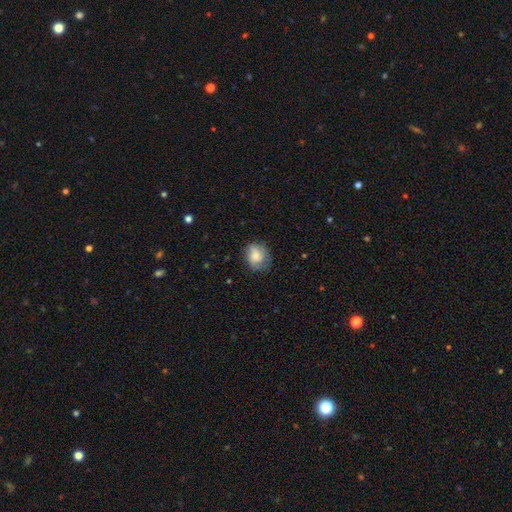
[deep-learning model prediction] Smooth or featured?
  - smooth: 66% *
  - featured or disk: 25%
  - star or artifact: 8%
How rounded?
  - round: 64% *
  - in between: 35%
  - cigar-shaped: 1%
Merging?
  - none: 67% *
  - minor disturbance: 24%
  - major disturbance: 8%
  - merger: 1%